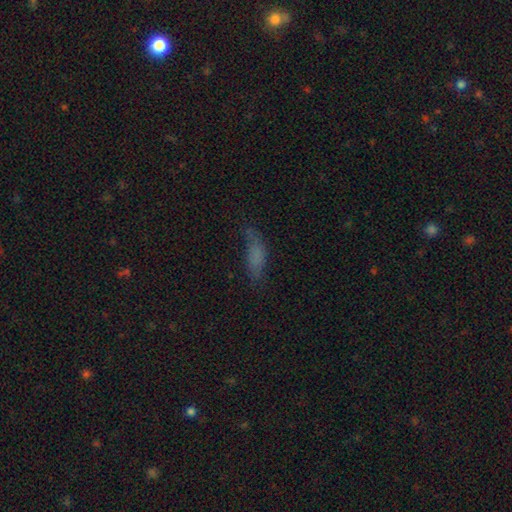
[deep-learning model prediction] smooth-or-featured: smooth: 66% | featured or disk: 21% | star or artifact: 13%
  how-rounded: in between: 55% | cigar-shaped: 42% | round: 3%
  merging: none: 49% | minor disturbance: 30% | major disturbance: 18% | merger: 3%